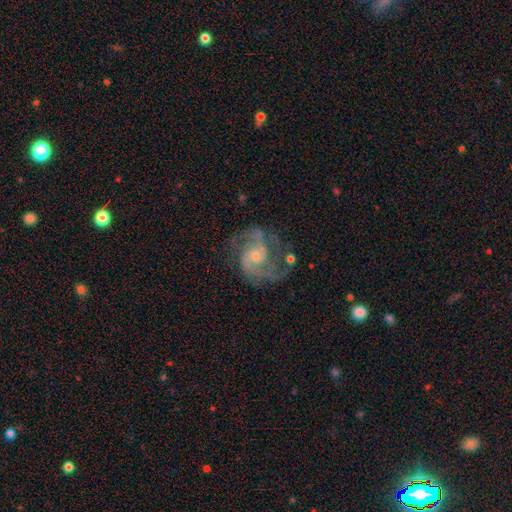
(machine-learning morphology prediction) Smooth or featured? featured or disk (87%)
Edge-on disk? no (98%)
Bar? no (61%)
Spiral arms? yes (96%)
Spiral winding? medium (54%)
Spiral arm count? 2 (69%)
Bulge size? small (58%)
Merging? none (67%)